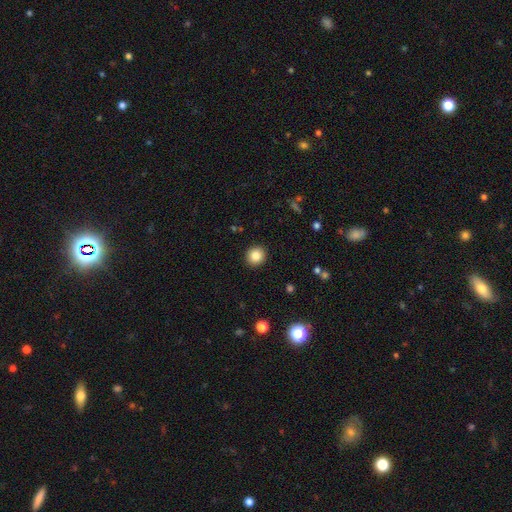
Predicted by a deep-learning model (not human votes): smooth_or_featured: smooth (p=0.83) [alt: star or artifact p=0.10]
how_rounded: round (p=0.90) [alt: in between p=0.09]
merging: none (p=0.92) [alt: minor disturbance p=0.05]